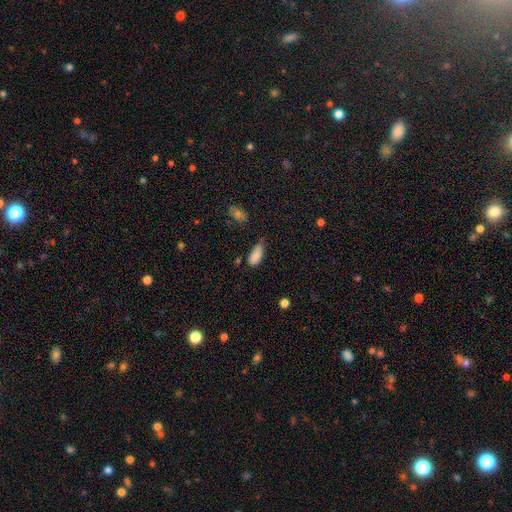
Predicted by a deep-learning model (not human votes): Q: Smooth or featured?
A: smooth (85%); runner-up: star or artifact (8%)
Q: How rounded?
A: in between (84%); runner-up: cigar-shaped (14%)
Q: Merging?
A: none (48%); runner-up: minor disturbance (38%)